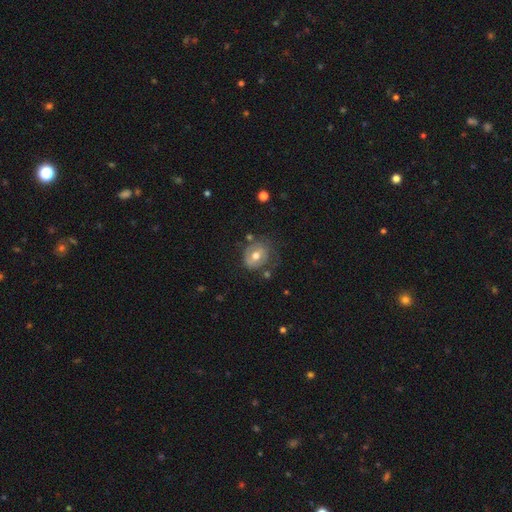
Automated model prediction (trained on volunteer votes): A smooth galaxy with no disk features (48%). Merging: none (56%).